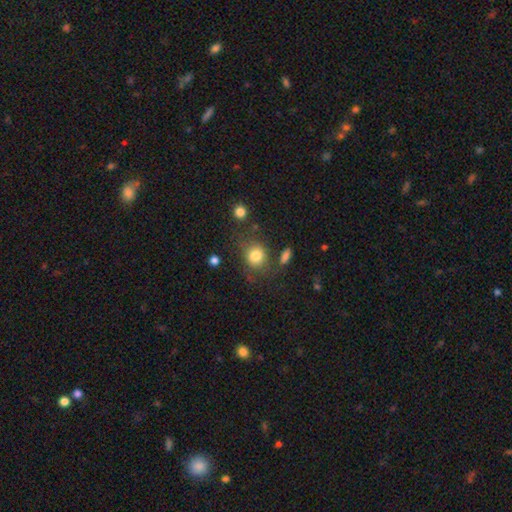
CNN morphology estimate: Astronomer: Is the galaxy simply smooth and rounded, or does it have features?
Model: smooth — 81%.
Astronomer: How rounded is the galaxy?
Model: round — 73%.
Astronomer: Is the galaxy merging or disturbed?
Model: none — 69%.